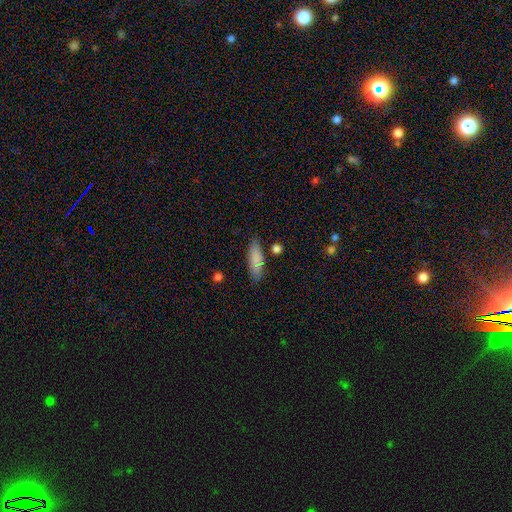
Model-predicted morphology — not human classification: type=smooth (82%); roundness=cigar-shaped (59%); merging=none (83%).